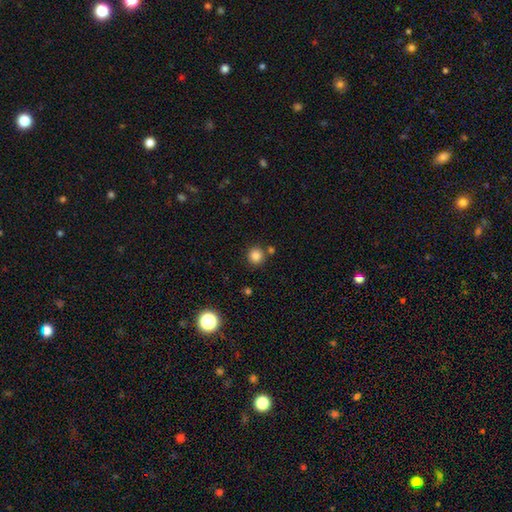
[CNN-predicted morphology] Smooth or featured? smooth (84%)
How rounded? round (93%)
Merging? none (81%)